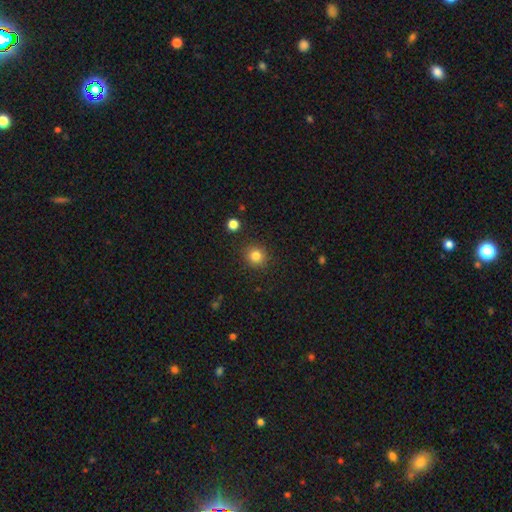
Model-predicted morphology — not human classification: smooth 82%, star or artifact 12%, featured or disk 6%. Down the decision tree: how rounded — round (91%); merging — none (90%).